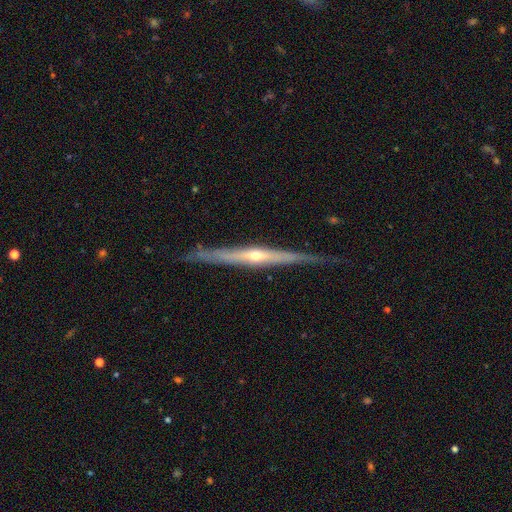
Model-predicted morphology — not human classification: Smooth or featured? featured or disk (81%)
Edge-on disk? yes (96%)
Edge-on bulge? rounded (78%)
Merging? none (83%)